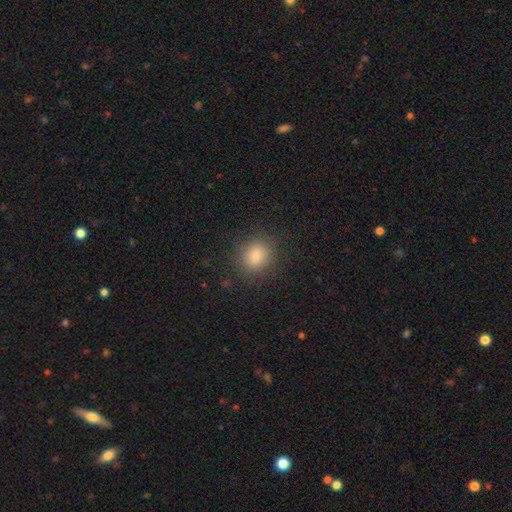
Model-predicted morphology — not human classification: Smooth or featured: smooth — 83% (star or artifact — 12%)
How rounded: round — 72% (in between — 27%)
Merging: none — 88% (minor disturbance — 8%)